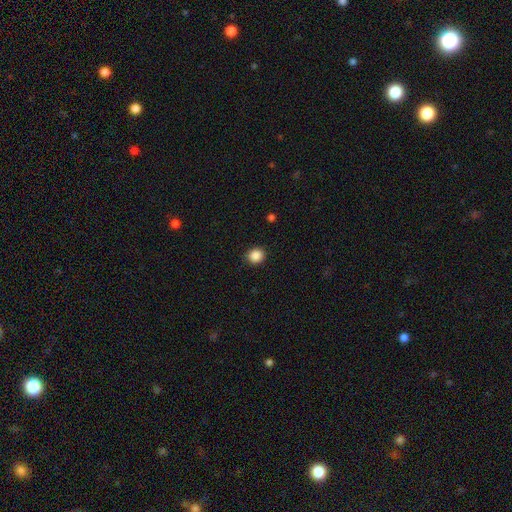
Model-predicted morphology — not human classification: Smooth or featured? smooth (88%)
How rounded? round (81%)
Merging? none (89%)